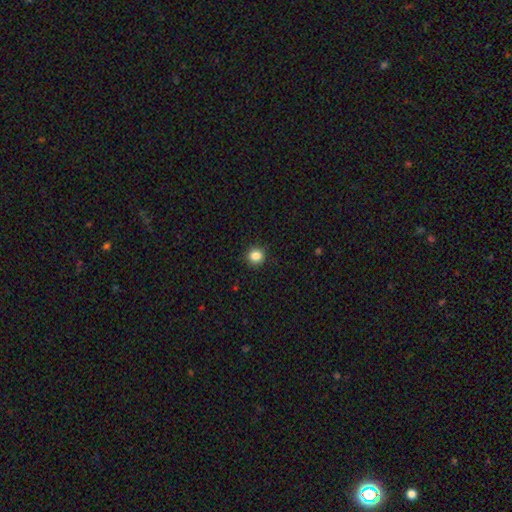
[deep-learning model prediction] smooth_or_featured: smooth (p=0.85) [alt: star or artifact p=0.11]
how_rounded: round (p=0.90) [alt: in between p=0.09]
merging: none (p=0.91) [alt: minor disturbance p=0.06]